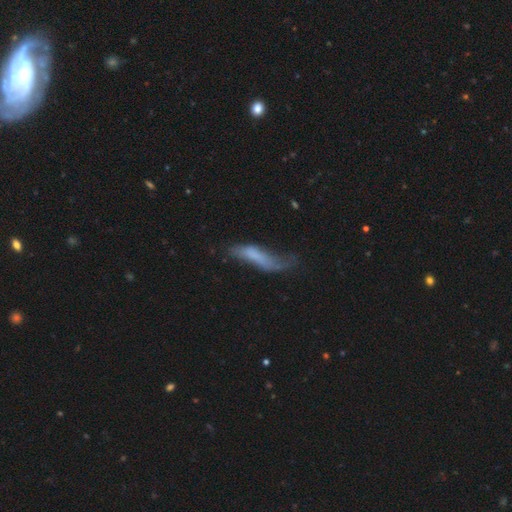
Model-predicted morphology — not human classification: This is possibly a smooth galaxy (56%). How rounded: likely cigar-shaped (66%). Merging: marginally major disturbance (35%).